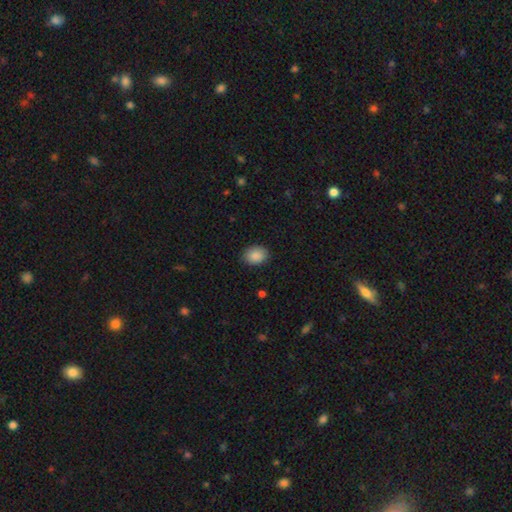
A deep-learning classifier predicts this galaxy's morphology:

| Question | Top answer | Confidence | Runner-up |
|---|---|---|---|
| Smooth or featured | smooth | 89% | star or artifact (7%) |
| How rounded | in between | 68% | round (31%) |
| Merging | none | 86% | minor disturbance (10%) |